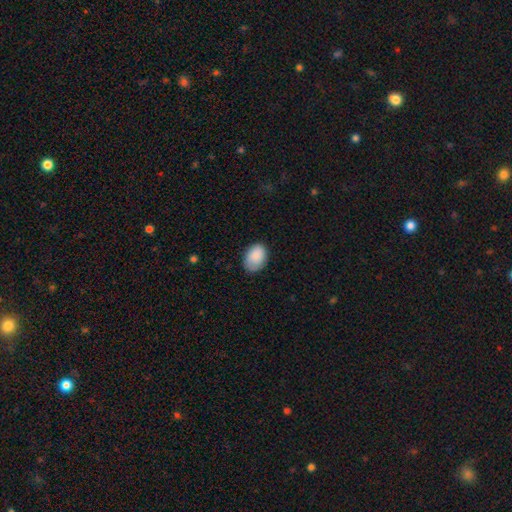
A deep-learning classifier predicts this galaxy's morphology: The model was most divided on "merging": none: 77%, minor disturbance: 18%, major disturbance: 4%, merger: 1%. More confident: smooth or featured — smooth (88%); how rounded — in between (83%).